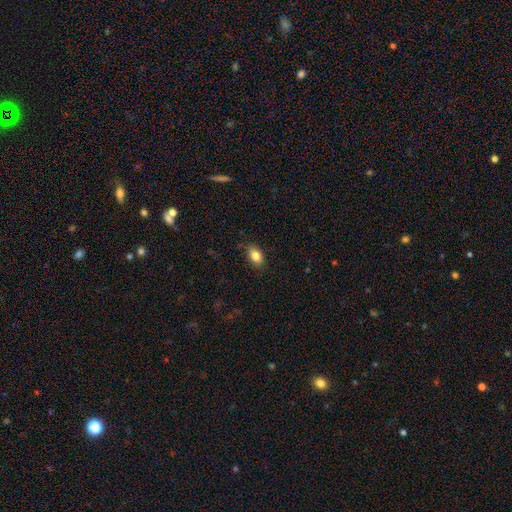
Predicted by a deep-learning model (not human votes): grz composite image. It shows a smooth galaxy with no disk features (83%) that is in between round and cigar-shaped (89%). Merging: none (84%).